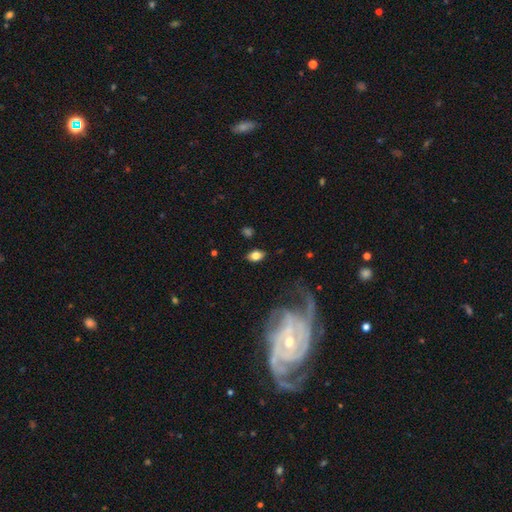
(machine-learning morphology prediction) Q: Smooth or featured?
A: smooth (75%); runner-up: featured or disk (16%)
Q: How rounded?
A: in between (86%); runner-up: round (11%)
Q: Merging?
A: none (83%); runner-up: minor disturbance (11%)